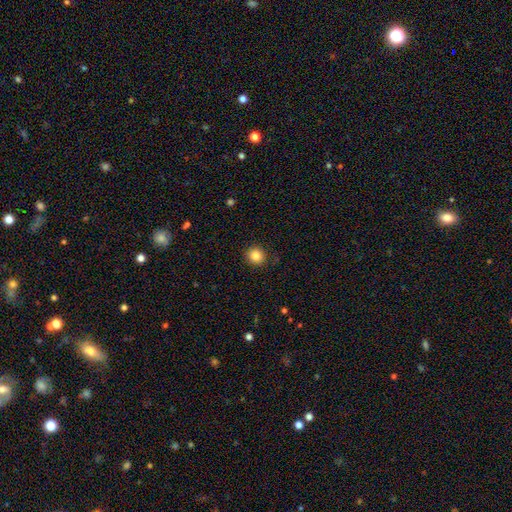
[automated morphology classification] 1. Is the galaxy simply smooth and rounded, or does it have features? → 85% smooth, 10% star or artifact, 5% featured or disk.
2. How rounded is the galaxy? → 89% round, 10% in between, 1% cigar-shaped.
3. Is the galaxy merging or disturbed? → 89% none, 8% minor disturbance, 2% major disturbance, 1% merger.